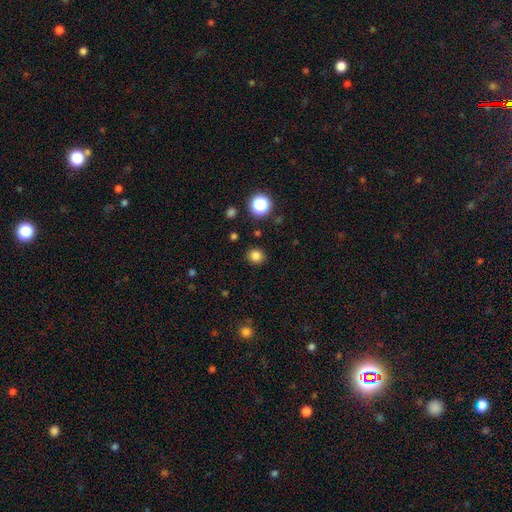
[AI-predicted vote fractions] Morphology: type=smooth (82%); roundness=round (87%); merging=none (89%).